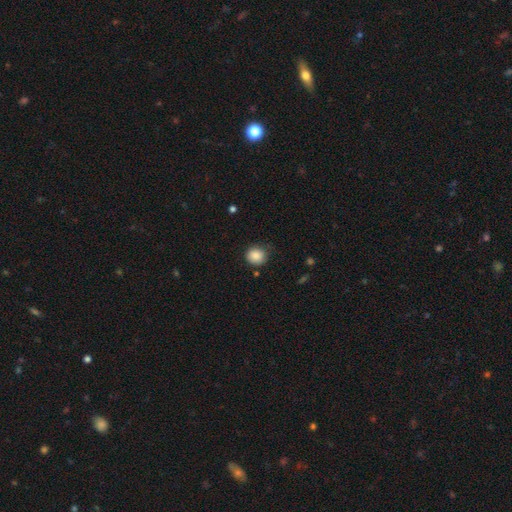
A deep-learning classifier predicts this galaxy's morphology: A smooth galaxy with no disk features (87%) that is round (85%).

Vote fractions:
- Smooth or featured? smooth: 87% / star or artifact: 9% / featured or disk: 4%
- How rounded? round: 85% / in between: 14% / cigar-shaped: 1%
- Merging? none: 77% / minor disturbance: 17% / major disturbance: 4% / merger: 2%